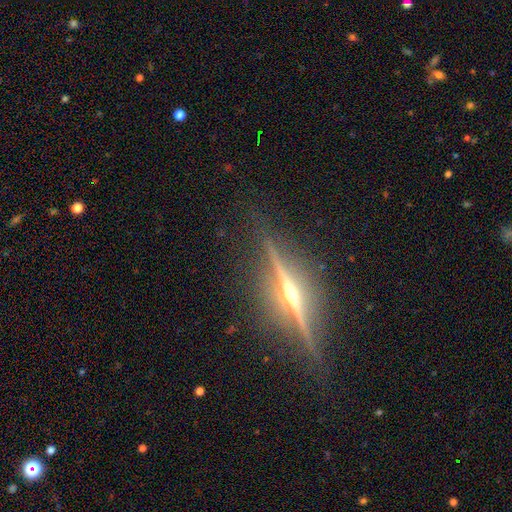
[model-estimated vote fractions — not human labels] The model was most divided on "merging": none: 89%, minor disturbance: 8%, major disturbance: 2%, merger: 1%. More confident: edge-on disk — yes (98%); edge-on bulge — rounded (91%); smooth or featured — featured or disk (87%).